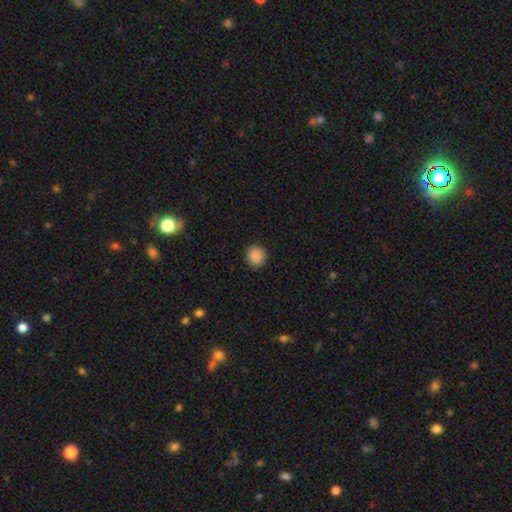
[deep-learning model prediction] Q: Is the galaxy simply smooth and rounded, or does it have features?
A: smooth — 89%.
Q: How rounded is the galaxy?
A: round — 89%.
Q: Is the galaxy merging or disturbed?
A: none — 91%.